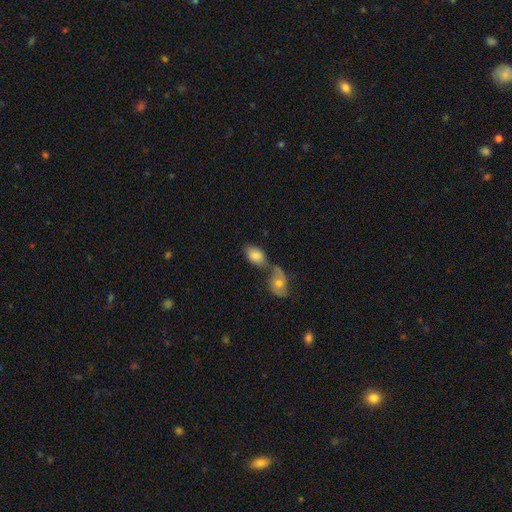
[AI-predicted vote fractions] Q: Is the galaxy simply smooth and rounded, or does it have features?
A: smooth — 78%.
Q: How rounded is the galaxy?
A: in between — 90%.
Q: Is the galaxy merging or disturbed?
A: merger — 51%.